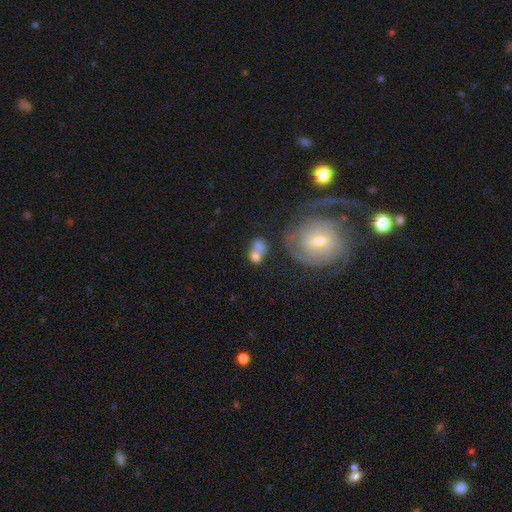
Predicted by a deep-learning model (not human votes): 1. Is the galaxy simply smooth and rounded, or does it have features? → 64% smooth, 26% featured or disk, 10% star or artifact.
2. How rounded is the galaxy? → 51% round, 47% in between, 2% cigar-shaped.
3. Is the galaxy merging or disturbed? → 53% merger, 29% none, 11% minor disturbance, 8% major disturbance.